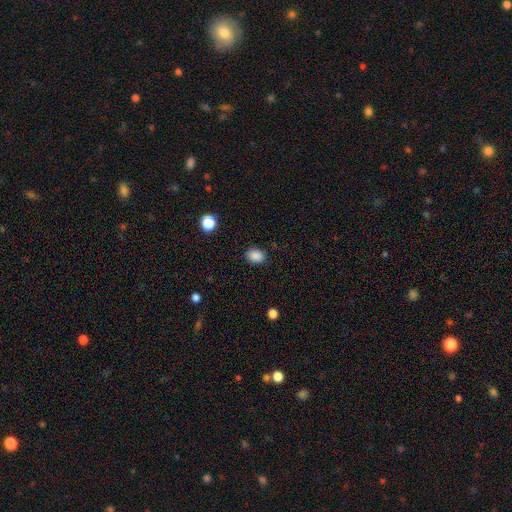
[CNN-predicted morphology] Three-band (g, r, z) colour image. It shows a smooth galaxy with no disk features (87%) that is in between round and cigar-shaped (63%). Merging: none (85%).